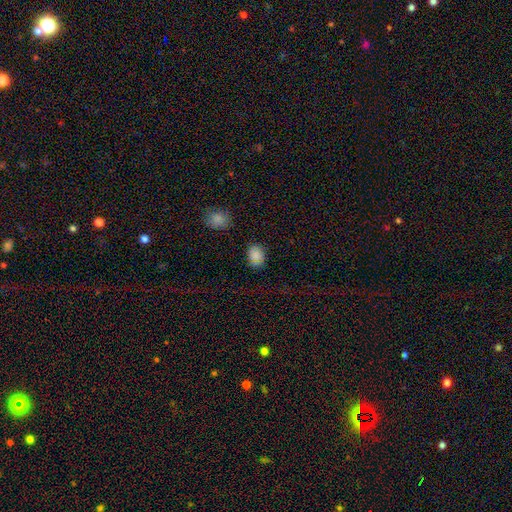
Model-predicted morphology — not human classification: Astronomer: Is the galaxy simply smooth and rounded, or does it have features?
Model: smooth — 83%.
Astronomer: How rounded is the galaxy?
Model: in between — 58% (runner-up: round, 41%).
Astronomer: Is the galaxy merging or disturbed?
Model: none — 77%.